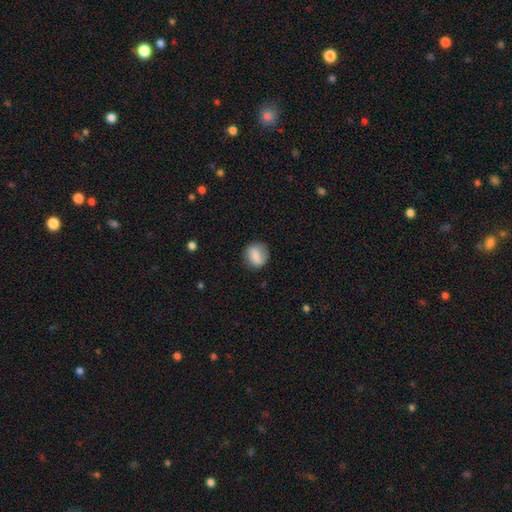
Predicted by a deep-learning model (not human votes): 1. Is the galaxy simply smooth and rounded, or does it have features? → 83% smooth, 10% featured or disk, 7% star or artifact.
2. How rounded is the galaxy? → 67% round, 31% in between, 2% cigar-shaped.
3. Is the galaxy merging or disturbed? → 80% none, 14% minor disturbance, 4% major disturbance, 1% merger.